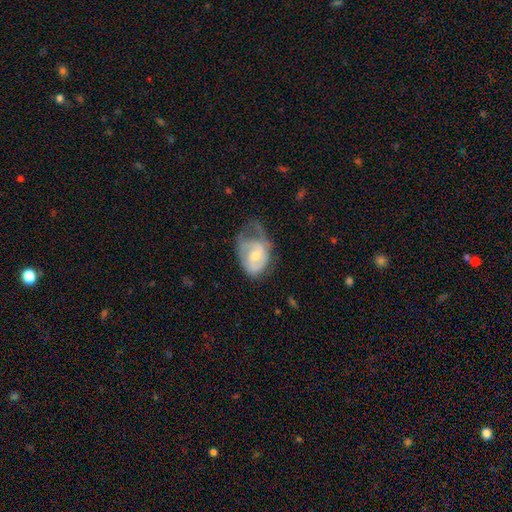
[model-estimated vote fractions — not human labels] Q: Smooth or featured?
A: featured or disk (62%); runner-up: smooth (31%)
Q: Edge-on disk?
A: no (97%); runner-up: yes (3%)
Q: Bar?
A: no (57%); runner-up: weak (36%)
Q: Spiral arms?
A: yes (73%); runner-up: no (27%)
Q: Bulge size?
A: moderate (51%); runner-up: small (43%)
Q: Merging?
A: major disturbance (38%); runner-up: minor disturbance (33%)